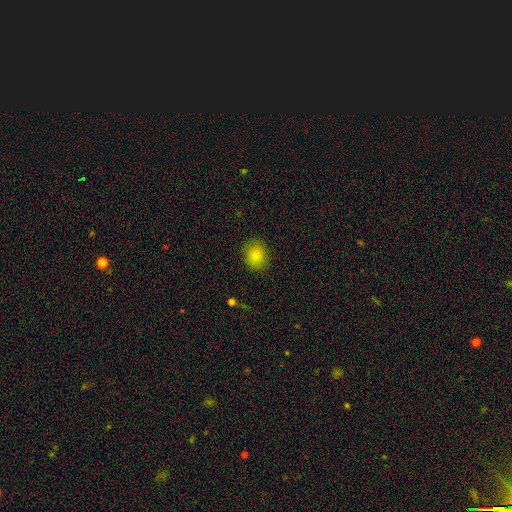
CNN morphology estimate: type=smooth (83%); roundness=round (62%); merging=none (85%).